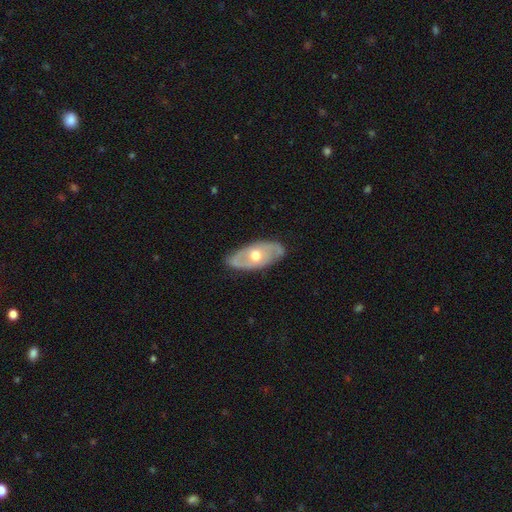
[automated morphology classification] smooth-or-featured: featured or disk: 64% | smooth: 30% | star or artifact: 5%
  disk-edge-on: no: 84% | yes: 16%
    bar: no: 78% | weak: 17% | strong: 5%
    has-spiral-arms: no: 57% | yes: 43%
    bulge-size: moderate: 76% | small: 13% | large: 9% | dominant: 1% | none: 1%
  merging: none: 82% | minor disturbance: 14% | major disturbance: 3% | merger: 1%